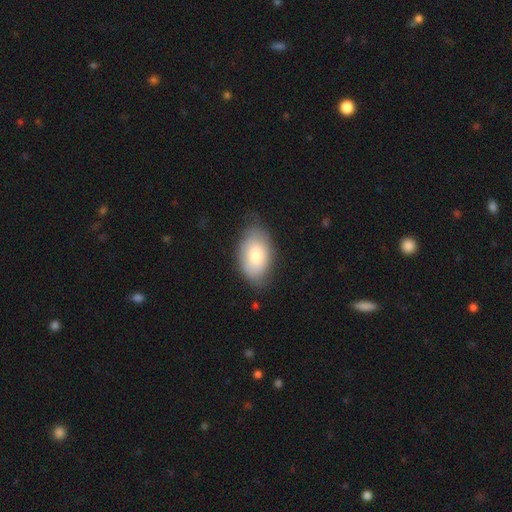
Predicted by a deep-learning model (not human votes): Smooth or featured: smooth — 74% (featured or disk — 19%)
How rounded: in between — 92% (round — 6%)
Merging: none — 69% (minor disturbance — 25%)